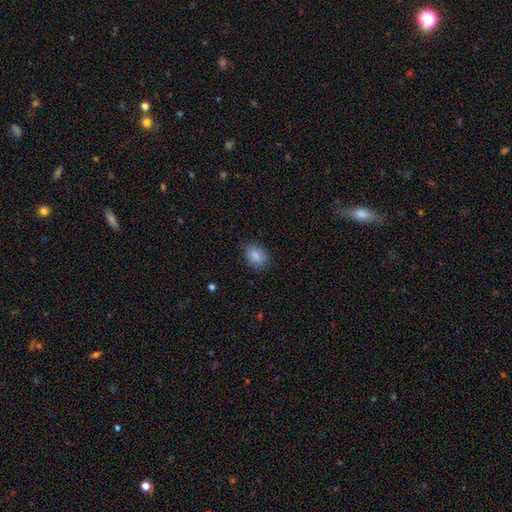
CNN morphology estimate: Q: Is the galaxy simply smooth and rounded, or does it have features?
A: smooth — 85%.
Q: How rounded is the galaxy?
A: in between — 80%.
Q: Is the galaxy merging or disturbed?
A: none — 81%.